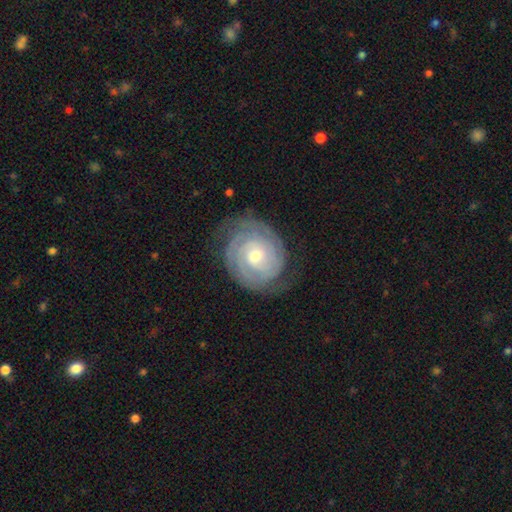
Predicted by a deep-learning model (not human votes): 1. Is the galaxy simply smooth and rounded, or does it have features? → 86% featured or disk, 9% smooth, 5% star or artifact.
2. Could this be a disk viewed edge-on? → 98% no, 2% yes.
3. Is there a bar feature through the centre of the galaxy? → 62% no, 31% weak, 7% strong.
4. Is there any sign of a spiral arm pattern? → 96% yes, 4% no.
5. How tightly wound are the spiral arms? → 82% tight, 15% medium, 3% loose.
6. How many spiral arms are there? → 44% 2, 25% can't tell, 16% 3, 6% 4, 5% 1, 4% more than 4.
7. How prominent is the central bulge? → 49% small, 47% moderate, 2% large, 1% none, 1% dominant.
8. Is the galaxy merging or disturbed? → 75% none, 17% minor disturbance, 7% major disturbance, 1% merger.